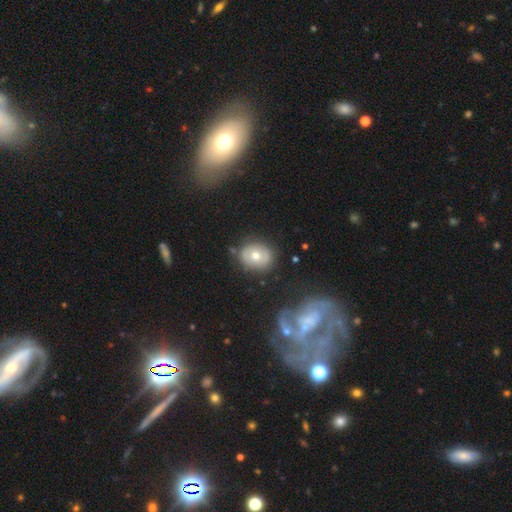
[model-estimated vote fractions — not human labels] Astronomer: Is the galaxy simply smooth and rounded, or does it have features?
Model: smooth — 57% (runner-up: featured or disk, 34%).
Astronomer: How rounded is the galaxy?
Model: round — 60% (runner-up: in between, 39%).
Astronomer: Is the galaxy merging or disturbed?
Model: none — 77%.